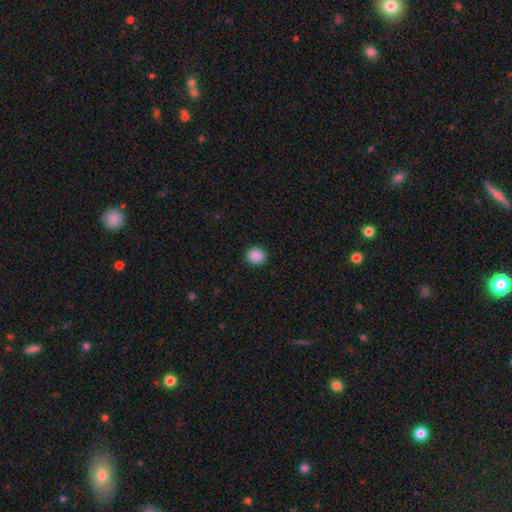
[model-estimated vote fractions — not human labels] Q: Smooth or featured?
A: smooth (89%); runner-up: star or artifact (9%)
Q: How rounded?
A: round (83%); runner-up: in between (16%)
Q: Merging?
A: none (91%); runner-up: minor disturbance (6%)